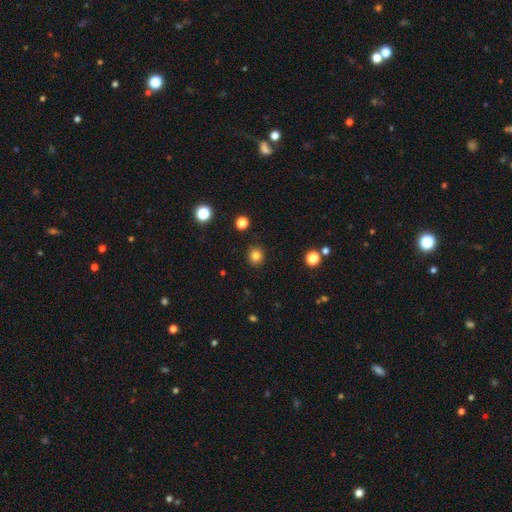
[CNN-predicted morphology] A smooth galaxy with no disk features (82%) that is round (87%). Merging: none (91%).